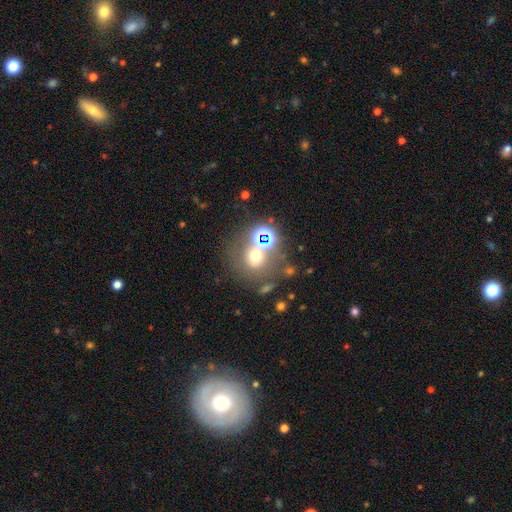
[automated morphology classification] A smooth galaxy with no disk features (56%) that is round (83%).

Vote fractions:
- Smooth or featured? smooth: 56% / star or artifact: 28% / featured or disk: 16%
- How rounded? round: 83% / in between: 16% / cigar-shaped: 1%
- Merging? none: 60% / merger: 21% / minor disturbance: 12% / major disturbance: 8%